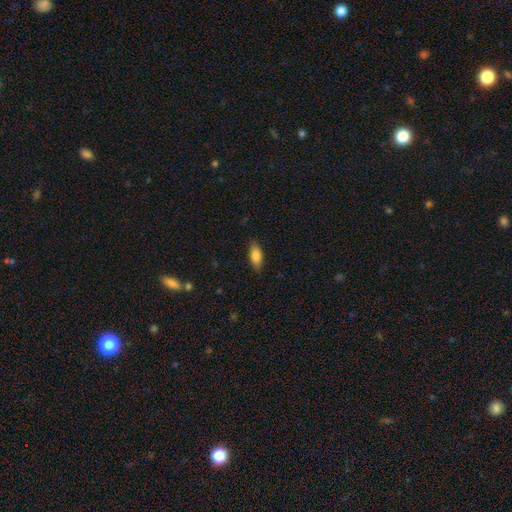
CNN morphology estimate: Smooth or featured? Predicted: smooth (p=0.79). How rounded? Predicted: in between (p=0.79). Merging? Predicted: none (p=0.82).